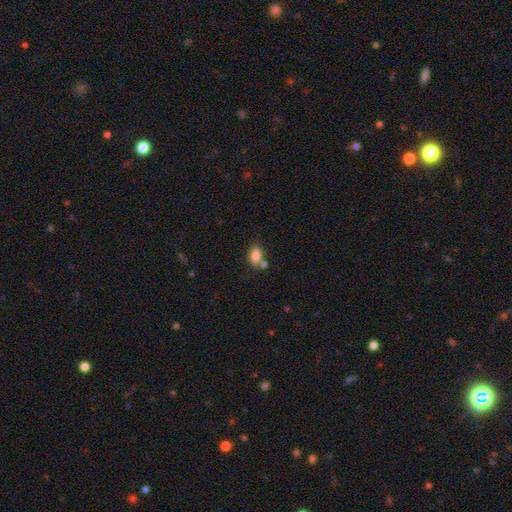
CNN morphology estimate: smooth_or_featured: smooth (p=0.84) [alt: star or artifact p=0.09]
how_rounded: in between (p=0.88) [alt: round p=0.10]
merging: none (p=0.59) [alt: merger p=0.23]